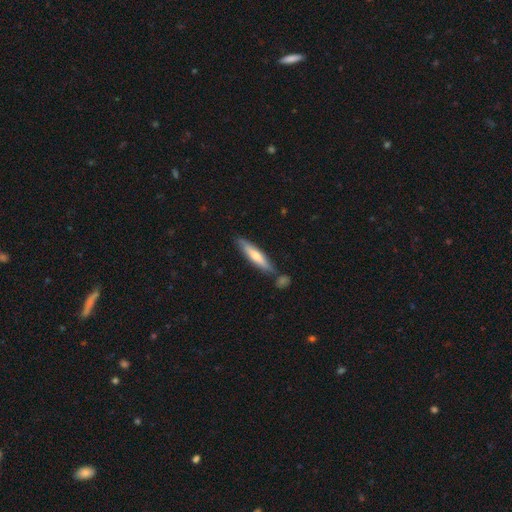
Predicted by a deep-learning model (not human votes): Smooth or featured? Predicted: smooth (p=0.56). How rounded? Predicted: cigar-shaped (p=0.83). Merging? Predicted: none (p=0.76).